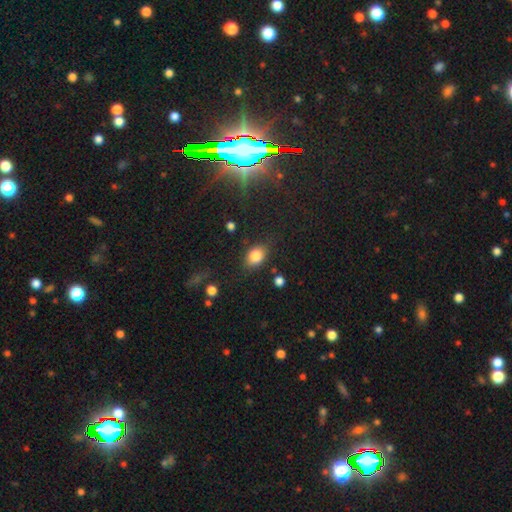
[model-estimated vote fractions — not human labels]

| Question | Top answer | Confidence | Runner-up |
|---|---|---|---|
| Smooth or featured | smooth | 83% | star or artifact (9%) |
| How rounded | in between | 69% | round (29%) |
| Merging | none | 77% | minor disturbance (16%) |